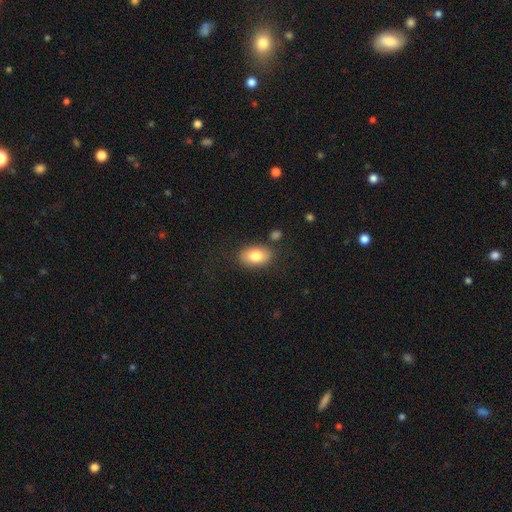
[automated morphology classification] Smooth or featured?
  - smooth: 80% *
  - featured or disk: 13%
  - star or artifact: 7%
How rounded?
  - in between: 86% *
  - round: 12%
  - cigar-shaped: 1%
Merging?
  - none: 79% *
  - minor disturbance: 13%
  - merger: 4%
  - major disturbance: 4%